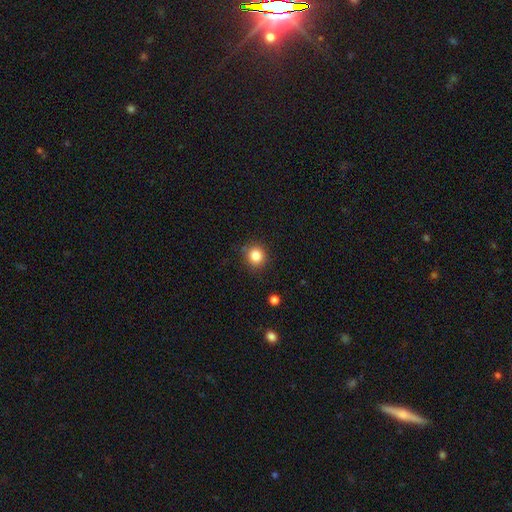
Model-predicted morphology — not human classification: The model was most divided on "smooth or featured": smooth: 84%, star or artifact: 11%, featured or disk: 5%. More confident: how rounded — round (88%); merging — none (86%).